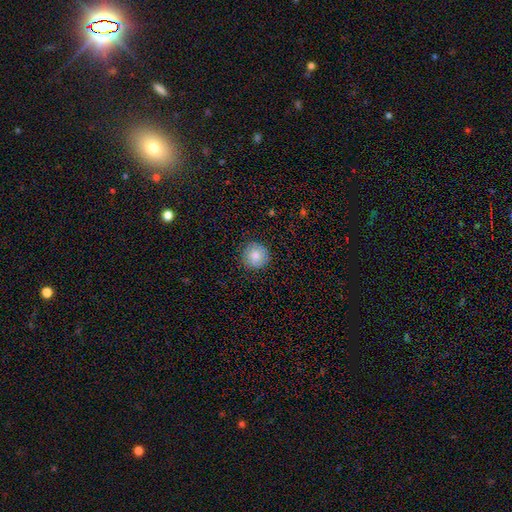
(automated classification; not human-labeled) smooth_or_featured: smooth (p=0.79) [alt: featured or disk p=0.12]
how_rounded: round (p=0.94) [alt: in between p=0.05]
merging: none (p=0.86) [alt: minor disturbance p=0.10]